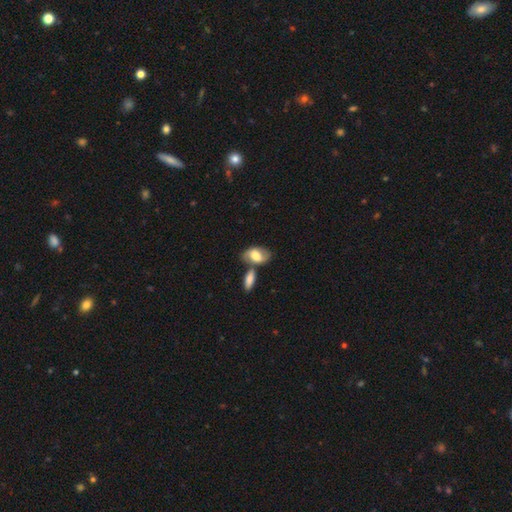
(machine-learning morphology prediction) Smooth or featured?
  - smooth: 61% *
  - featured or disk: 32%
  - star or artifact: 7%
How rounded?
  - in between: 89% *
  - round: 9%
  - cigar-shaped: 2%
Merging?
  - none: 50% *
  - merger: 28%
  - minor disturbance: 16%
  - major disturbance: 6%